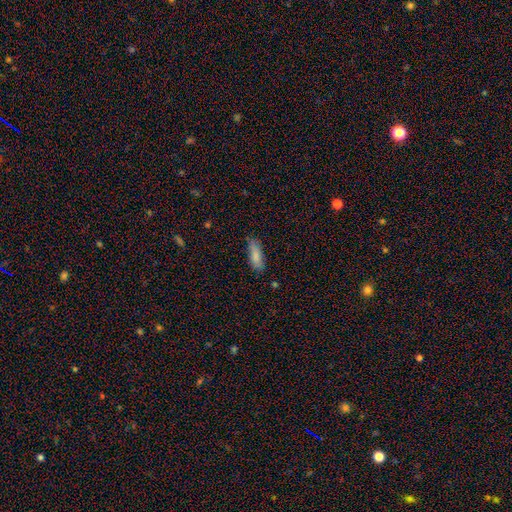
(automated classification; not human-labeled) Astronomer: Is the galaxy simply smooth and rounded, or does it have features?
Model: smooth — 83%.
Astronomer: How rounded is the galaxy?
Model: in between — 57% (runner-up: cigar-shaped, 41%).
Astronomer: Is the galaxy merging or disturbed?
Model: none — 68%.